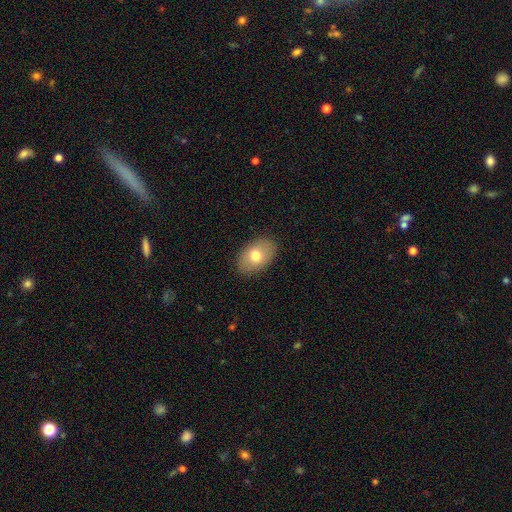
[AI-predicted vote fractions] Smooth or featured? Predicted: smooth (p=0.74). How rounded? Predicted: in between (p=0.88). Merging? Predicted: none (p=0.87).